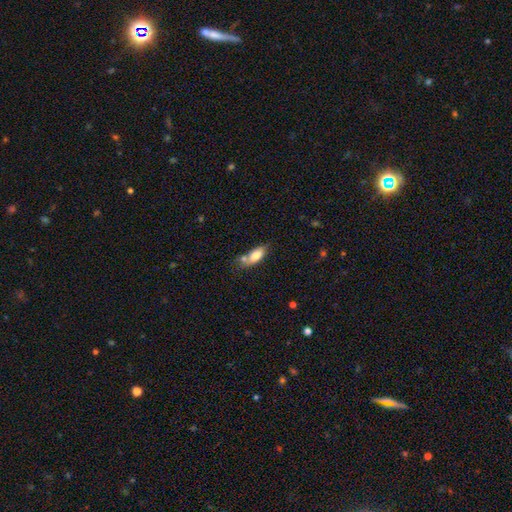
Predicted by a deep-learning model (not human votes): Morphology: type=smooth (76%); roundness=in between (78%); merging=none (46%).